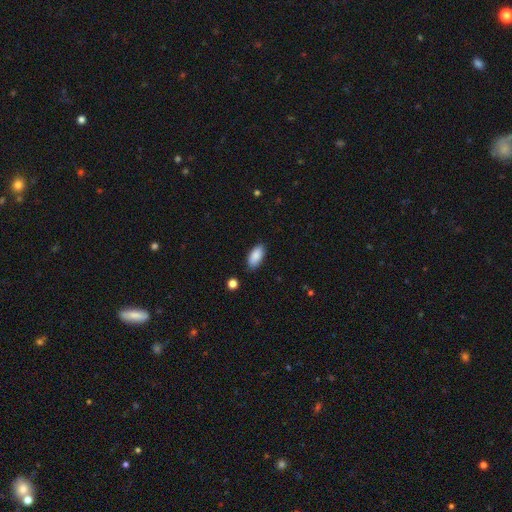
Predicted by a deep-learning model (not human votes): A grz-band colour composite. It shows a smooth galaxy with no disk features (88%) that is in between round and cigar-shaped (91%). Merging: none (85%).